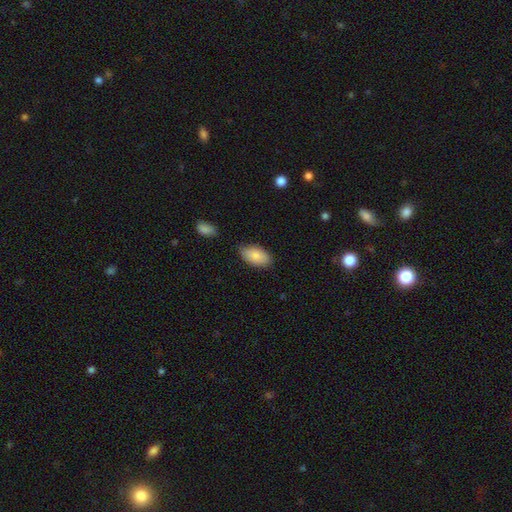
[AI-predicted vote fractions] Smooth or featured?
  - smooth: 84% *
  - featured or disk: 10%
  - star or artifact: 6%
How rounded?
  - in between: 94% *
  - round: 4%
  - cigar-shaped: 2%
Merging?
  - none: 76% *
  - minor disturbance: 18%
  - major disturbance: 3%
  - merger: 3%